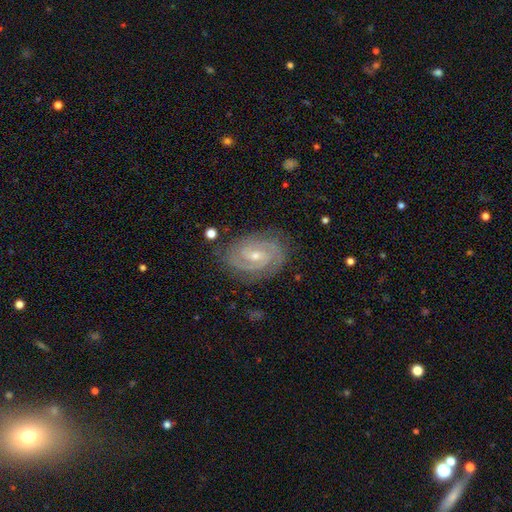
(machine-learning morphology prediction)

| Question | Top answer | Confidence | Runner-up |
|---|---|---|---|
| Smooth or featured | featured or disk | 90% | smooth (5%) |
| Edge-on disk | no | 97% | yes (3%) |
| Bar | weak | 47% | no (38%) |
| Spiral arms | yes | 98% | no (2%) |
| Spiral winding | tight | 65% | medium (31%) |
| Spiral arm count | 2 | 76% | 3 (12%) |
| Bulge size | small | 59% | moderate (38%) |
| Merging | none | 82% | minor disturbance (13%) |